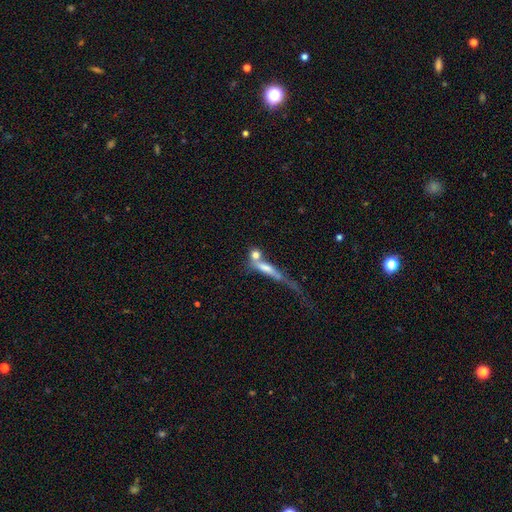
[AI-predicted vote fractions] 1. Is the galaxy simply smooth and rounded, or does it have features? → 59% smooth, 29% featured or disk, 12% star or artifact.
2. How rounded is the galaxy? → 44% cigar-shaped, 32% round, 25% in between.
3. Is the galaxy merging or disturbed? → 40% merger, 33% none, 16% major disturbance, 12% minor disturbance.